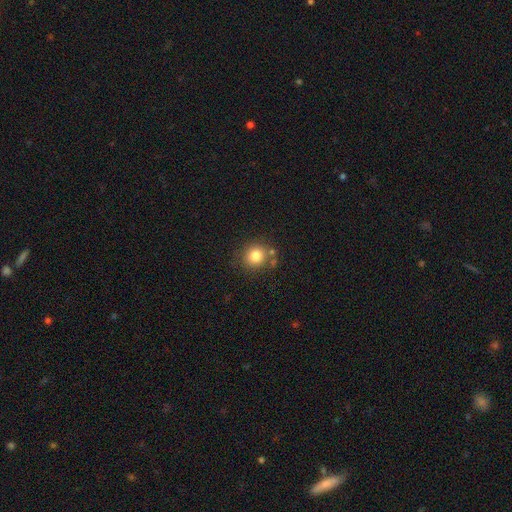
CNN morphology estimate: This appears to be a smooth galaxy with no disk features (81%) that is round (87%). Merging: none (74%).